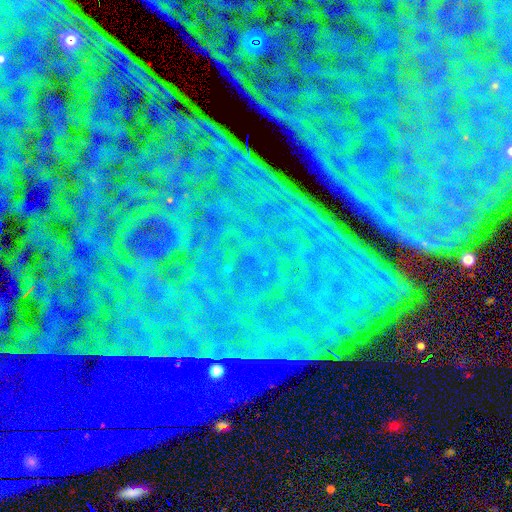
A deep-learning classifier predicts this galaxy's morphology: Overall: star or artifact (87%).